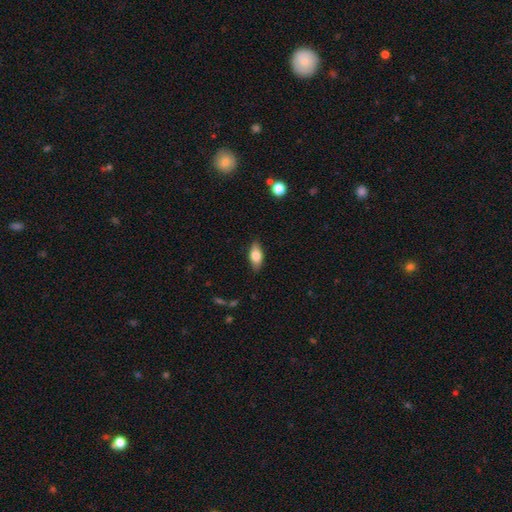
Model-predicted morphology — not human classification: smooth-or-featured: smooth: 75% | featured or disk: 19% | star or artifact: 7%
  how-rounded: in between: 86% | cigar-shaped: 10% | round: 4%
  merging: none: 84% | minor disturbance: 12% | major disturbance: 2% | merger: 1%